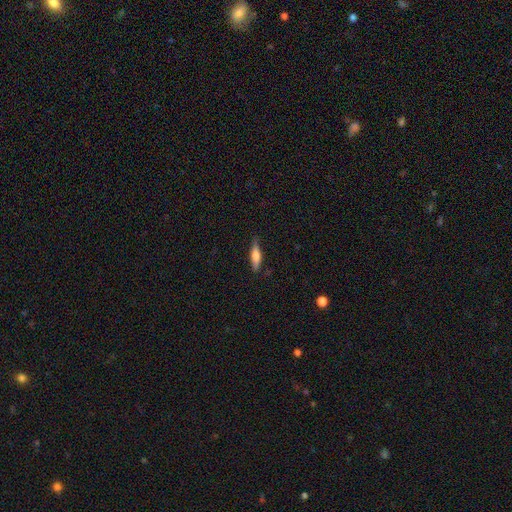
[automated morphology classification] Q: Smooth or featured?
A: smooth (48%); runner-up: featured or disk (45%)
Q: Merging?
A: none (84%); runner-up: minor disturbance (12%)